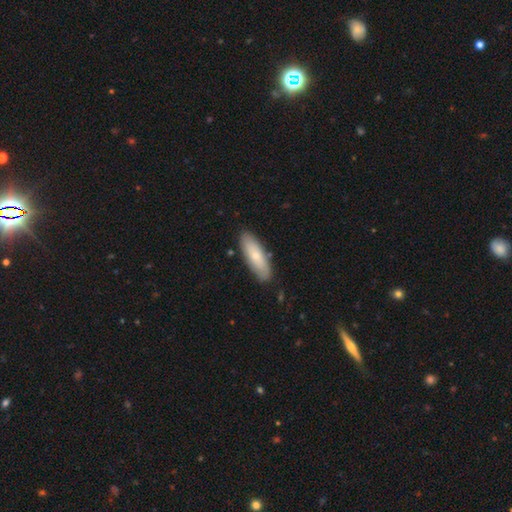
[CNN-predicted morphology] Smooth or featured? Predicted: smooth (p=0.71). How rounded? Predicted: in between (p=0.56). Merging? Predicted: none (p=0.85).